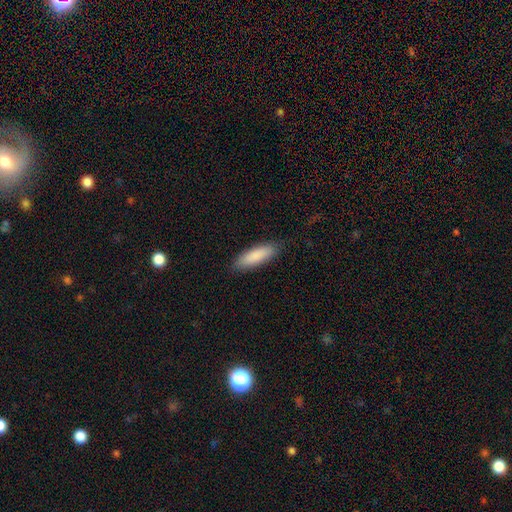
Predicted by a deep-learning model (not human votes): Overall: smooth (87%). How rounded: cigar-shaped (55%; in between 44%). Merging: none (86%).